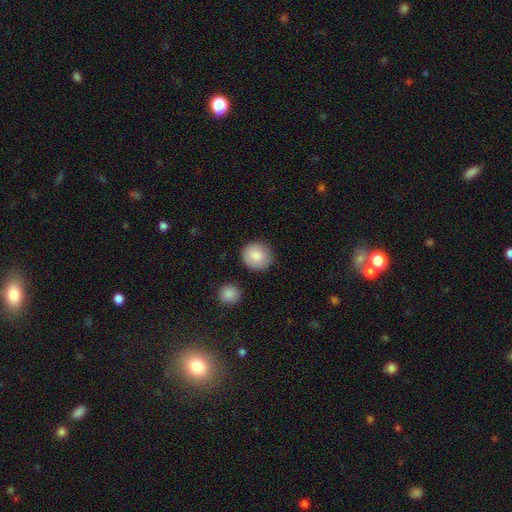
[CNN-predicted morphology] Smooth or featured: smooth — 87% (star or artifact — 7%)
How rounded: round — 87% (in between — 12%)
Merging: none — 84% (minor disturbance — 10%)